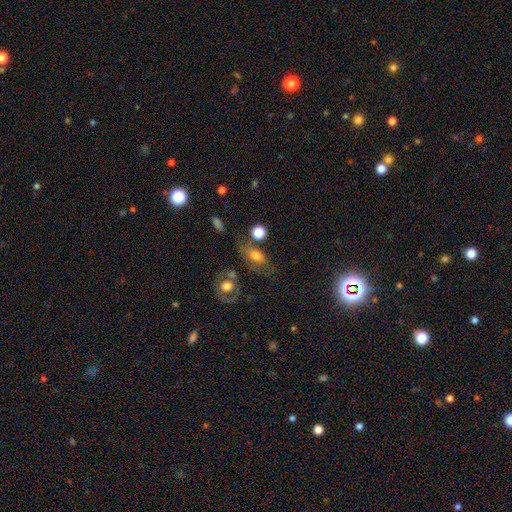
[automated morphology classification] This appears to be a smooth galaxy with no disk features (67%) that is in between round and cigar-shaped (75%). Merging: none (52%).